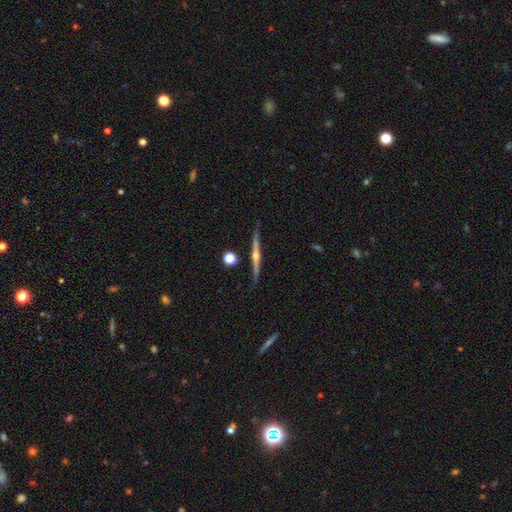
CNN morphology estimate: Q: Smooth or featured?
A: featured or disk (80%); runner-up: smooth (14%)
Q: Edge-on disk?
A: yes (98%); runner-up: no (2%)
Q: Edge-on bulge?
A: rounded (91%); runner-up: none (5%)
Q: Merging?
A: none (86%); runner-up: minor disturbance (10%)